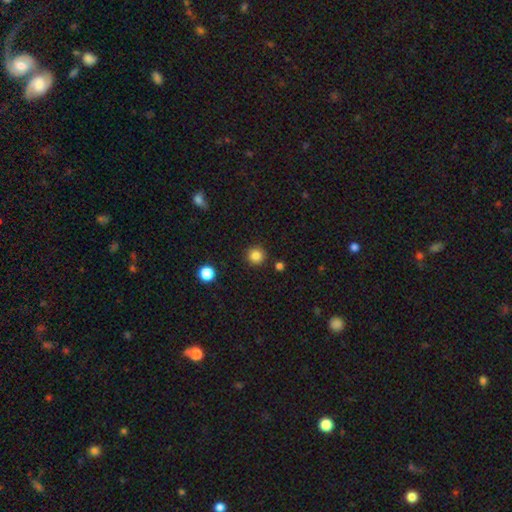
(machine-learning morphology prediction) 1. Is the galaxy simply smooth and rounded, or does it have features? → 85% smooth, 11% star or artifact, 4% featured or disk.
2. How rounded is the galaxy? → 95% round, 4% in between, 1% cigar-shaped.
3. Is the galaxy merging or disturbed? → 90% none, 5% minor disturbance, 2% merger, 2% major disturbance.